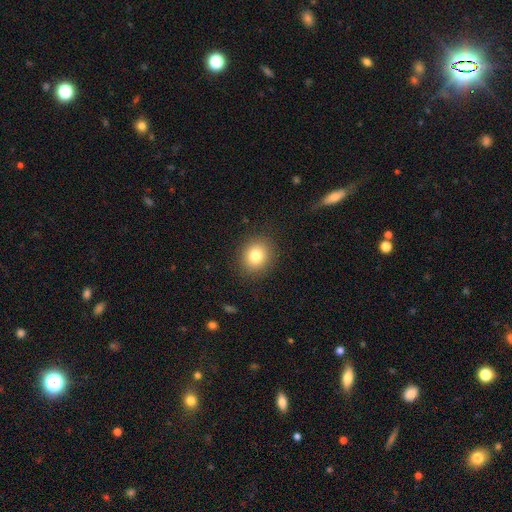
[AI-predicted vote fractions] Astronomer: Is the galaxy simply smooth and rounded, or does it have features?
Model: smooth — 80%.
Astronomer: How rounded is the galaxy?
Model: round — 78%.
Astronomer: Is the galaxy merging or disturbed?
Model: none — 89%.